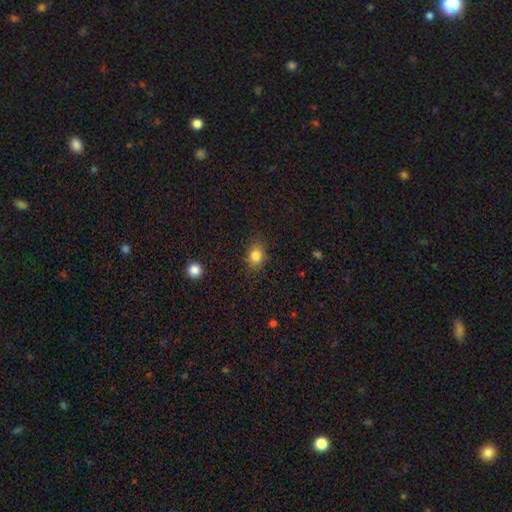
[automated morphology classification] Smooth or featured?
  - smooth: 82% *
  - star or artifact: 11%
  - featured or disk: 7%
How rounded?
  - in between: 59% *
  - round: 39%
  - cigar-shaped: 1%
Merging?
  - none: 83% *
  - minor disturbance: 12%
  - major disturbance: 3%
  - merger: 1%